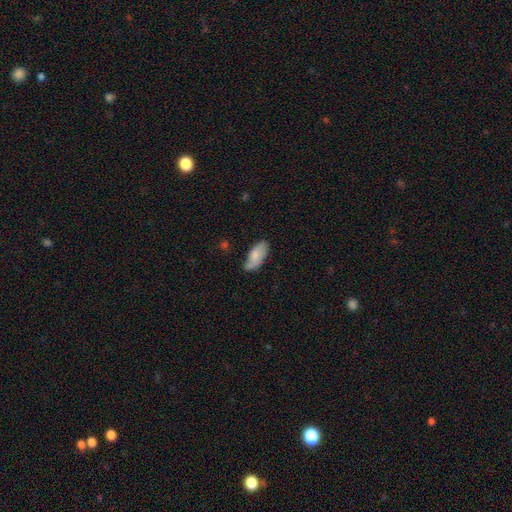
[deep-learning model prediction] Smooth or featured? Predicted: smooth (p=0.76). How rounded? Predicted: in between (p=0.88). Merging? Predicted: none (p=0.63).